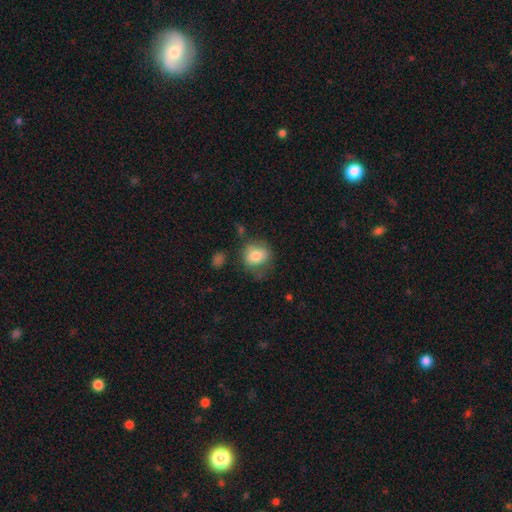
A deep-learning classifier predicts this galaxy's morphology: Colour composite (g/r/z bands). It shows a smooth galaxy with no disk features (78%) that is round (59%). Merging: none (58%).